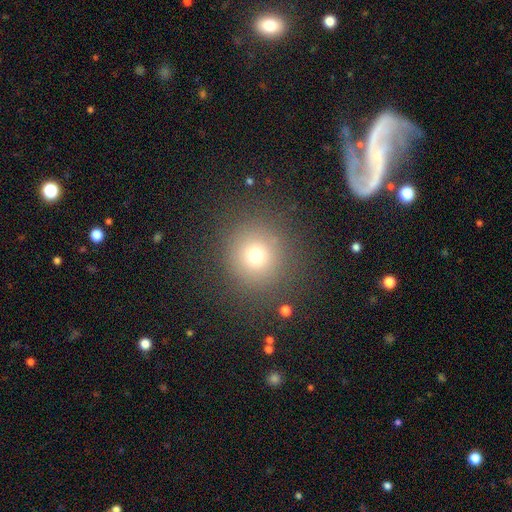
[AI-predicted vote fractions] smooth 70%, star or artifact 20%, featured or disk 10%. Down the decision tree: how rounded — round (92%); merging — none (86%).